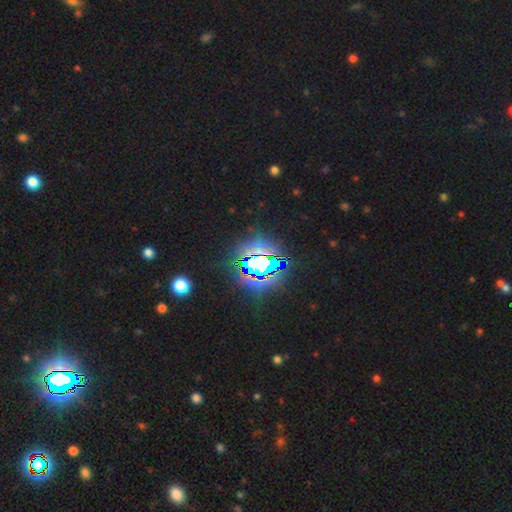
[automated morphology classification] This is clearly a star or artifact rather than a galaxy (86%).